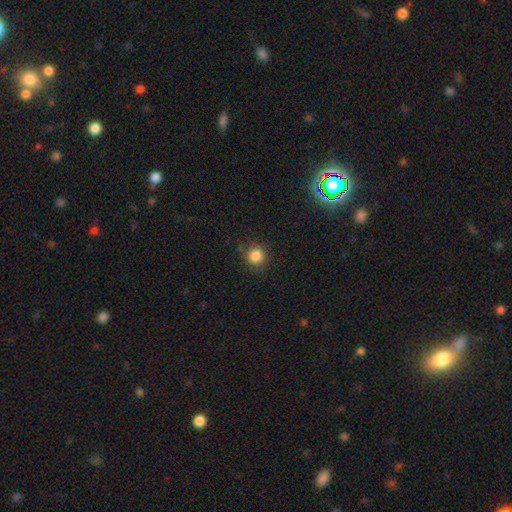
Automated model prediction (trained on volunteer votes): Overall: smooth (84%). How rounded: round (92%). Merging: none (84%).